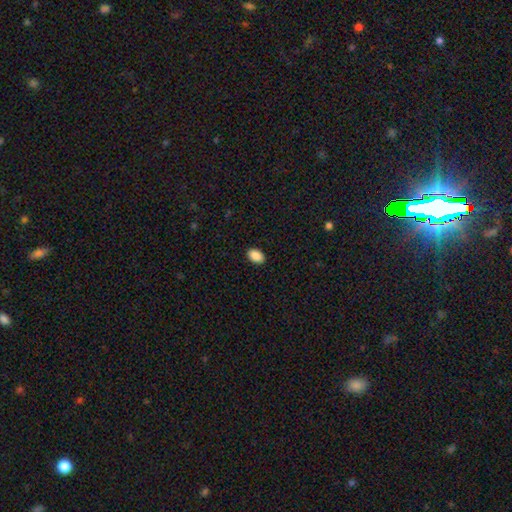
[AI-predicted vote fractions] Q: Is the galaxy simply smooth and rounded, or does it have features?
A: smooth — 90%.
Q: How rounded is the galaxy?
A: in between — 88%.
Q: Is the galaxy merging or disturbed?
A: none — 90%.